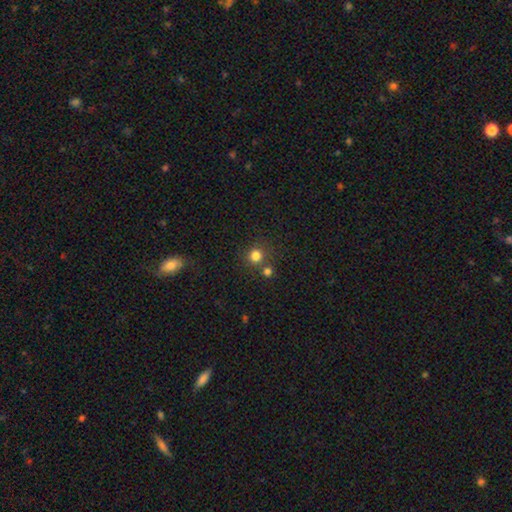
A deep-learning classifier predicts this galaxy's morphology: A smooth galaxy with no disk features (79%) that is round (91%).

Vote fractions:
- Smooth or featured? smooth: 79% / star or artifact: 15% / featured or disk: 6%
- How rounded? round: 91% / in between: 8% / cigar-shaped: 1%
- Merging? none: 69% / merger: 19% / minor disturbance: 8% / major disturbance: 3%